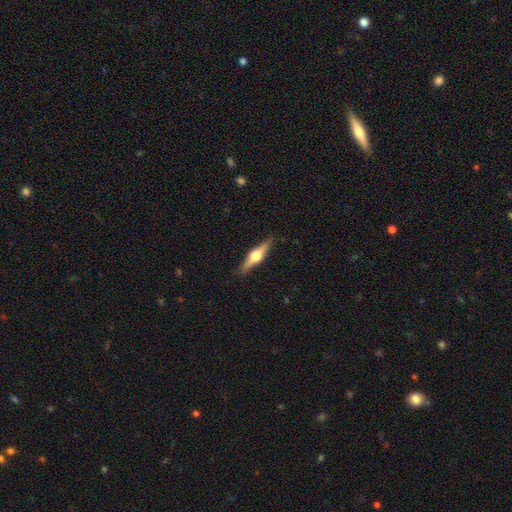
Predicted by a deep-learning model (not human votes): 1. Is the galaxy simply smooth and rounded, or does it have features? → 69% featured or disk, 26% smooth, 5% star or artifact.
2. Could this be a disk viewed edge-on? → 97% yes, 3% no.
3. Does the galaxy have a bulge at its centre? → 95% rounded, 4% boxy, 2% none.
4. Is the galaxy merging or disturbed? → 89% none, 9% minor disturbance, 2% major disturbance, 1% merger.